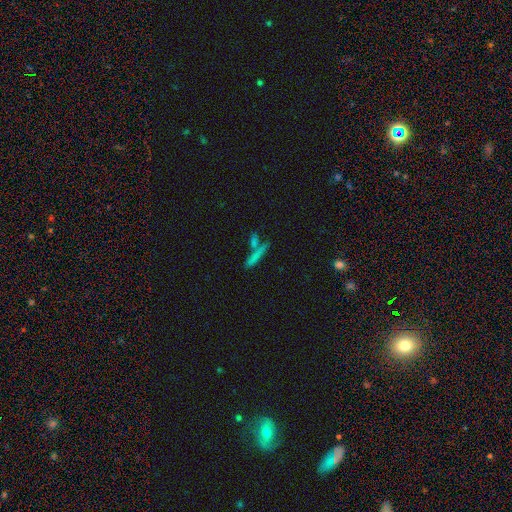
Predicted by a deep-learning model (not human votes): This is likely a smooth galaxy (65%). How rounded: clearly cigar-shaped (88%). Merging: possibly none (58%).